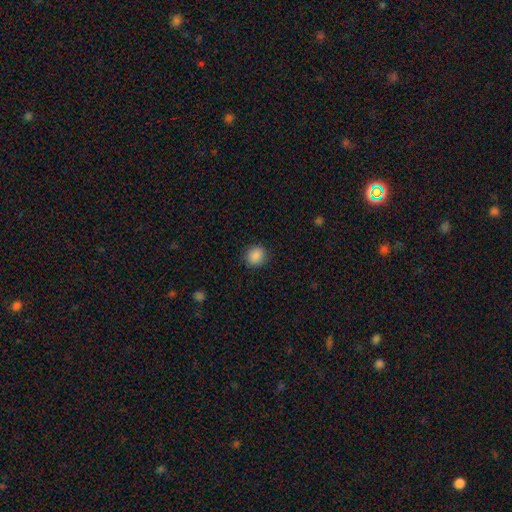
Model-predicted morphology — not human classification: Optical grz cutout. It shows a smooth galaxy with no disk features (88%) that is round (82%). Merging: none (89%).